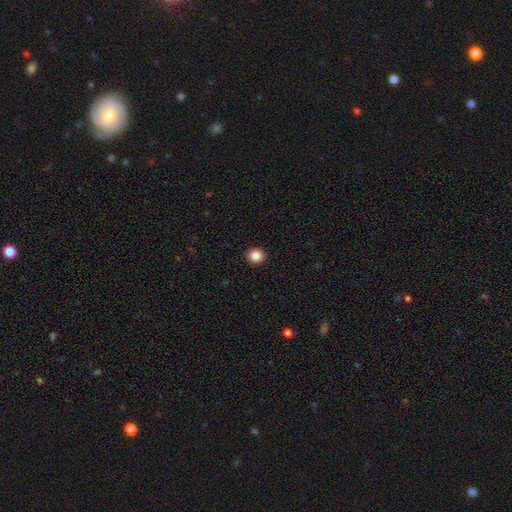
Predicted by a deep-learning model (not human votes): Smooth or featured: smooth — 86% (star or artifact — 10%)
How rounded: round — 88% (in between — 11%)
Merging: none — 93% (minor disturbance — 4%)